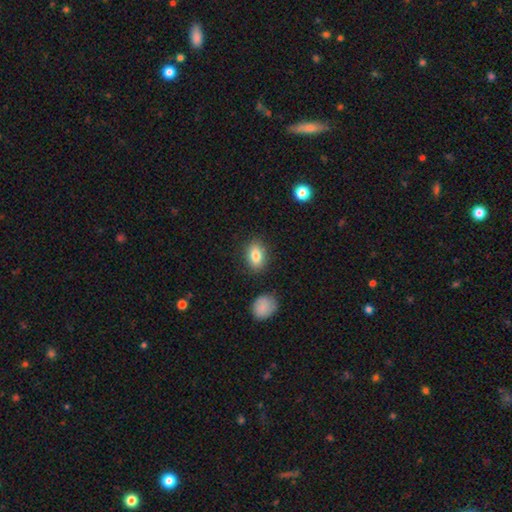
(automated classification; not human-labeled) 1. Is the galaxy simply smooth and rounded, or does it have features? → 82% smooth, 10% featured or disk, 8% star or artifact.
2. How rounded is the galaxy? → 82% in between, 16% round, 2% cigar-shaped.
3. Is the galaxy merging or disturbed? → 84% none, 10% minor disturbance, 3% major disturbance, 3% merger.